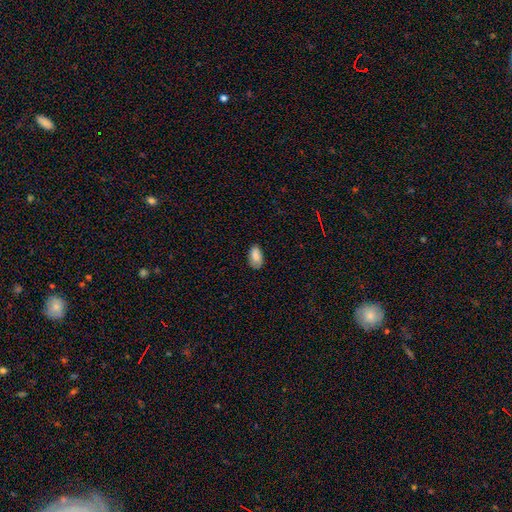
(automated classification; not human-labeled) Smooth or featured: smooth — 83% (featured or disk — 10%)
How rounded: in between — 94% (round — 4%)
Merging: none — 74% (minor disturbance — 21%)